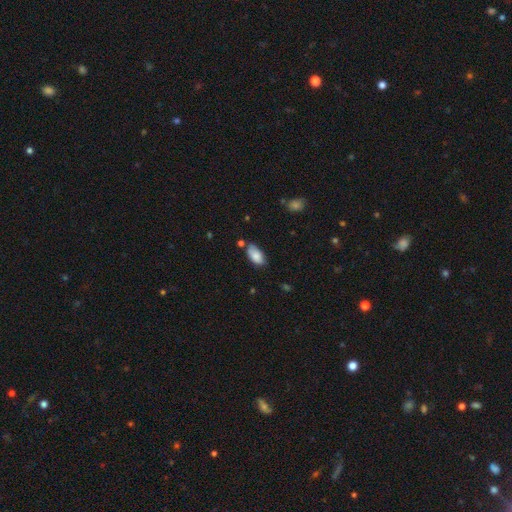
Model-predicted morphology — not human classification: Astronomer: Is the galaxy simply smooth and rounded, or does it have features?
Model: smooth — 84%.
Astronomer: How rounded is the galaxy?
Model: in between — 93%.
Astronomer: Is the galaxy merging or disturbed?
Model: none — 59%.